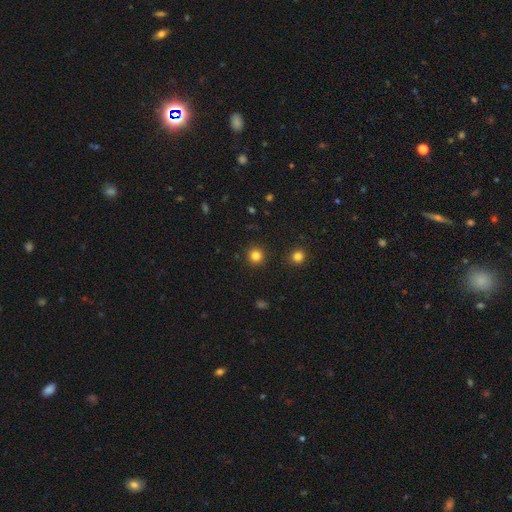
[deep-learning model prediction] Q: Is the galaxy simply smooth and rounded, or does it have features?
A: smooth — 83%.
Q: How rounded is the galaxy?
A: round — 94%.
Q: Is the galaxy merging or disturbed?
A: none — 92%.